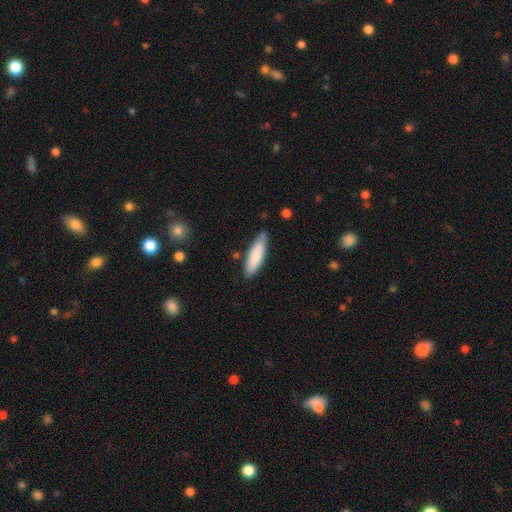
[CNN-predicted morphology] smooth_or_featured: smooth (p=0.83) [alt: featured or disk p=0.12]
how_rounded: cigar-shaped (p=0.59) [alt: in between p=0.40]
merging: none (p=0.81) [alt: minor disturbance p=0.15]